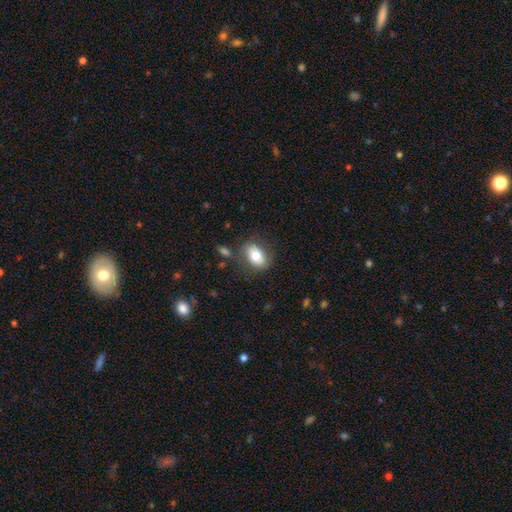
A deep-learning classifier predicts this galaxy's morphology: smooth 76%, featured or disk 16%, star or artifact 7%. Down the decision tree: how rounded — in between (86%); merging — none (77%).